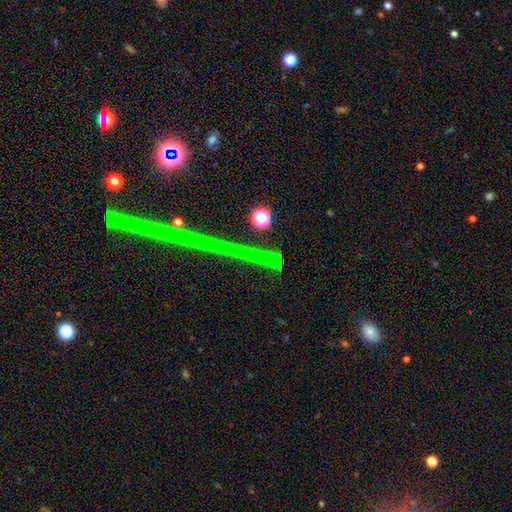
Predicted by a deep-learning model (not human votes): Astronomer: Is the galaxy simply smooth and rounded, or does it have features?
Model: star or artifact — 72%.